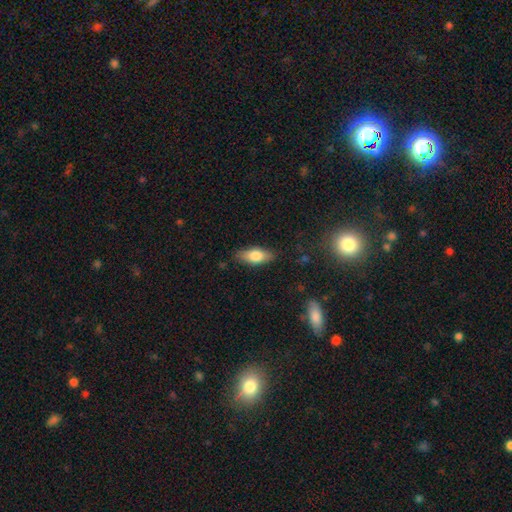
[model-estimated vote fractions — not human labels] Morphology: type=smooth (75%); roundness=in between (81%); merging=none (84%).